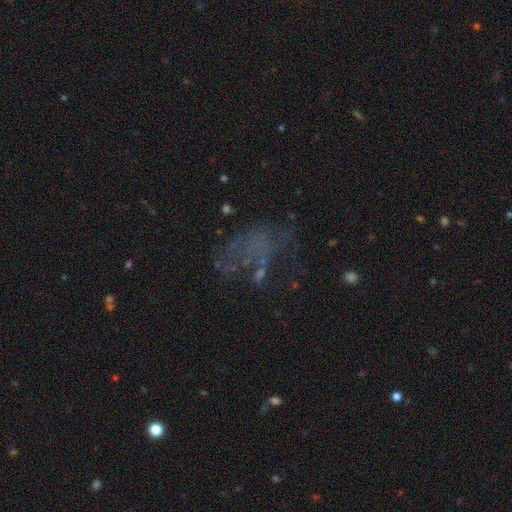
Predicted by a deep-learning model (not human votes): featured or disk 39%, star or artifact 35%, smooth 26%. Down the decision tree: merging — none (47%).